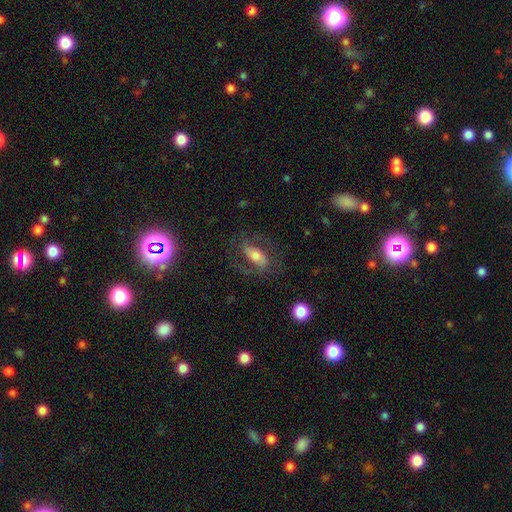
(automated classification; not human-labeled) featured or disk 61%, smooth 31%, star or artifact 8%. Down the decision tree: edge-on disk — no (90%); bar — strong (43%); spiral arms — yes (81%); bulge size — moderate (51%); merging — none (69%).